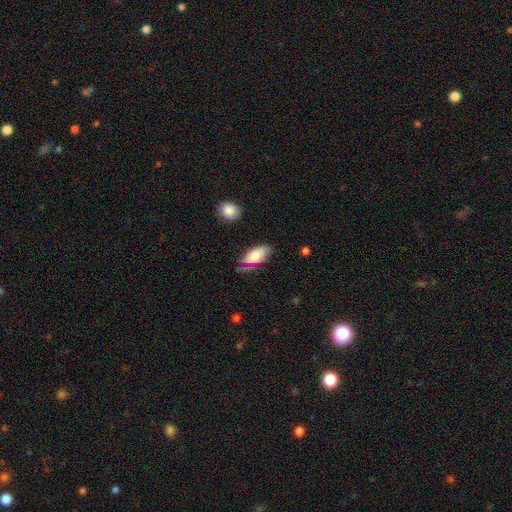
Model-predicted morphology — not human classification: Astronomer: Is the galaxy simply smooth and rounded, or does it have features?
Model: smooth — 75%.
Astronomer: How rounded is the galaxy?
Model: in between — 90%.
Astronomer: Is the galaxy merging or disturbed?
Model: none — 62%.